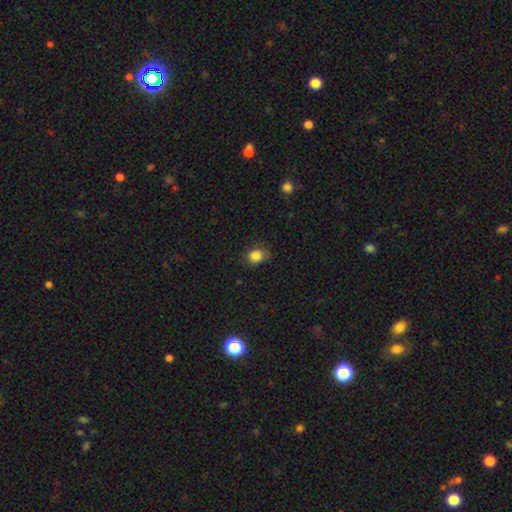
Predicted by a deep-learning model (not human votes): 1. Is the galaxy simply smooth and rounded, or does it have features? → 85% smooth, 11% star or artifact, 5% featured or disk.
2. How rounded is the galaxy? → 60% round, 39% in between, 1% cigar-shaped.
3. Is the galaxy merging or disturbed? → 74% none, 20% minor disturbance, 4% major disturbance, 1% merger.